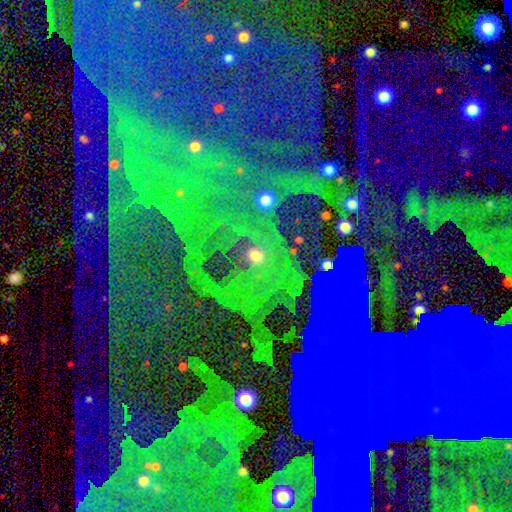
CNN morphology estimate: Smooth or featured: star or artifact — 41% (smooth — 38%)